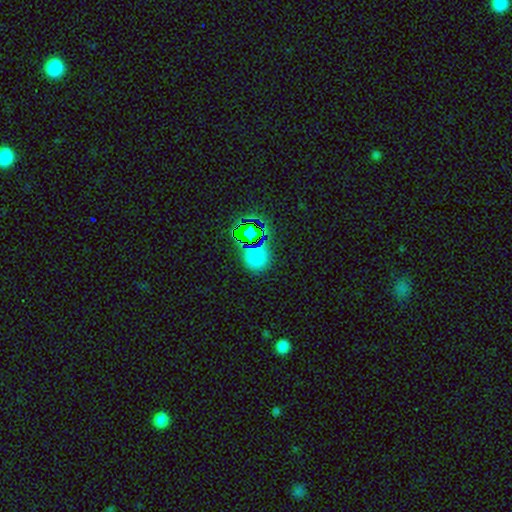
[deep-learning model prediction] A smooth galaxy with no disk features (58%) that is round (82%). Merging: none (77%).